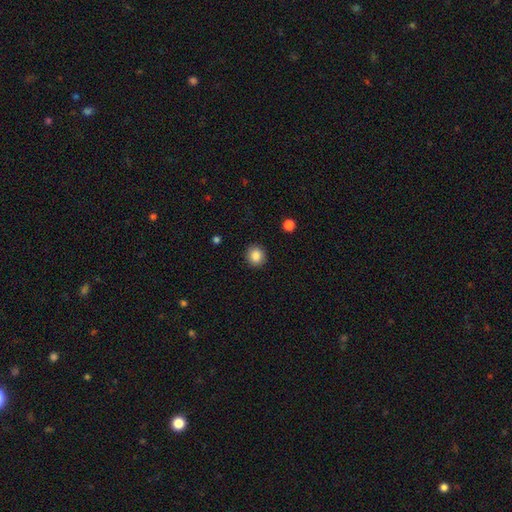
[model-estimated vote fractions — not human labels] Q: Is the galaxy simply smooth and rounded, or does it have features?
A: smooth — 87%.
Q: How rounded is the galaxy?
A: round — 88%.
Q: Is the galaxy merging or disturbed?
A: none — 91%.